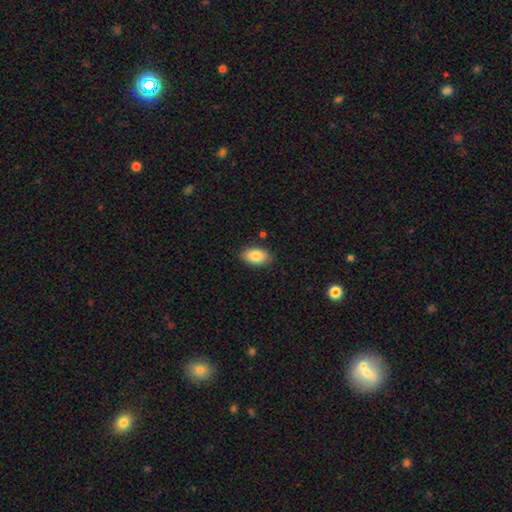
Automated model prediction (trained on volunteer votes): A smooth galaxy with no disk features (85%) that is in between round and cigar-shaped (92%). Merging: none (86%).